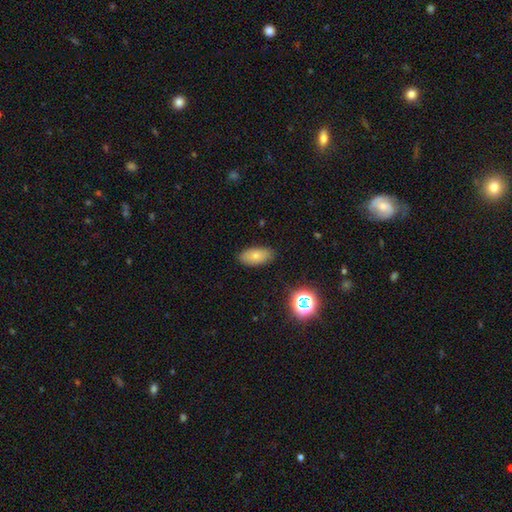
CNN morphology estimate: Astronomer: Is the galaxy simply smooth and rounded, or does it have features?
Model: smooth — 74%.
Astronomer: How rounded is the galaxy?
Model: in between — 91%.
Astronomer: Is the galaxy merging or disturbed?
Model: none — 85%.